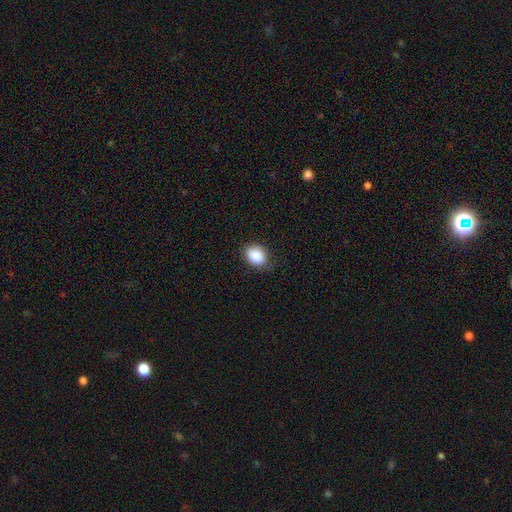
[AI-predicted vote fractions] Smooth or featured: smooth — 89% (star or artifact — 8%)
How rounded: in between — 61% (round — 38%)
Merging: none — 78% (minor disturbance — 17%)